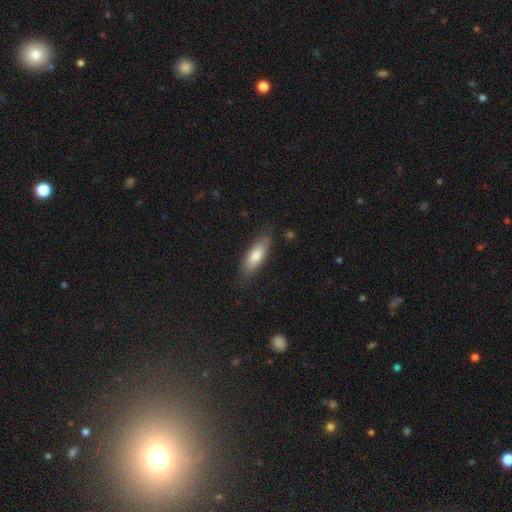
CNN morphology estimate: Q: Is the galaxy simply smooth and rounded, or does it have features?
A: smooth — 76%.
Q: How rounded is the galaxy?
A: in between — 57%.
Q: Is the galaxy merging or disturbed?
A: none — 80%.